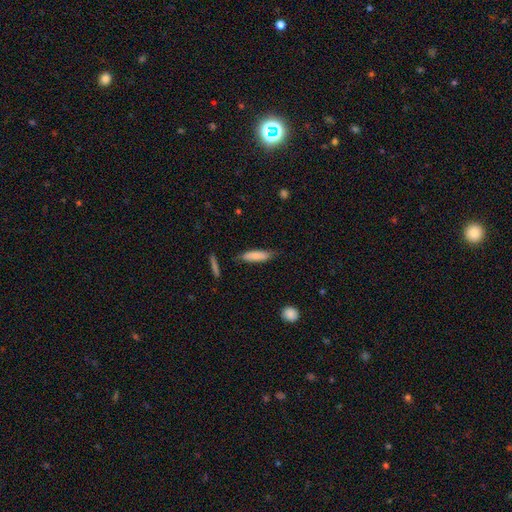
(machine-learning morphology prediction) smooth-or-featured: smooth: 81% | featured or disk: 13% | star or artifact: 6%
  how-rounded: cigar-shaped: 62% | in between: 36% | round: 2%
  merging: none: 71% | minor disturbance: 22% | major disturbance: 4% | merger: 3%